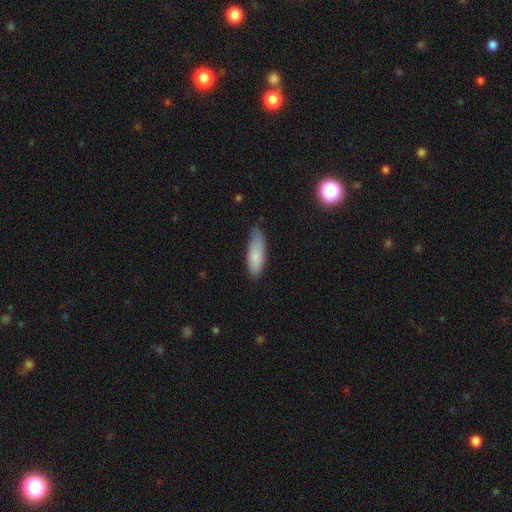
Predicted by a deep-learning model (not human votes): Q: Smooth or featured?
A: smooth (80%); runner-up: featured or disk (13%)
Q: How rounded?
A: in between (57%); runner-up: cigar-shaped (42%)
Q: Merging?
A: none (60%); runner-up: minor disturbance (33%)